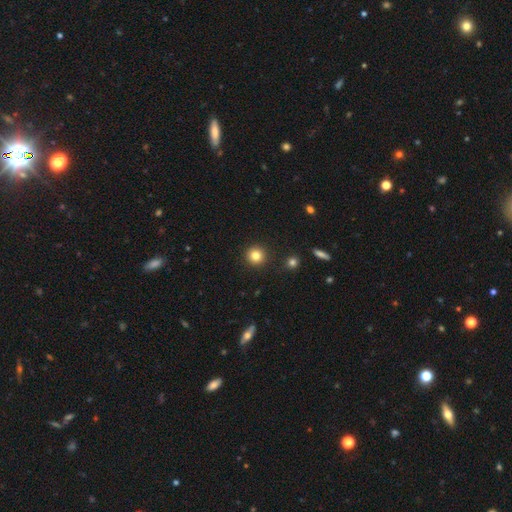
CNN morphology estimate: Smooth or featured: smooth — 82% (star or artifact — 12%)
How rounded: round — 94% (in between — 5%)
Merging: none — 92% (minor disturbance — 5%)